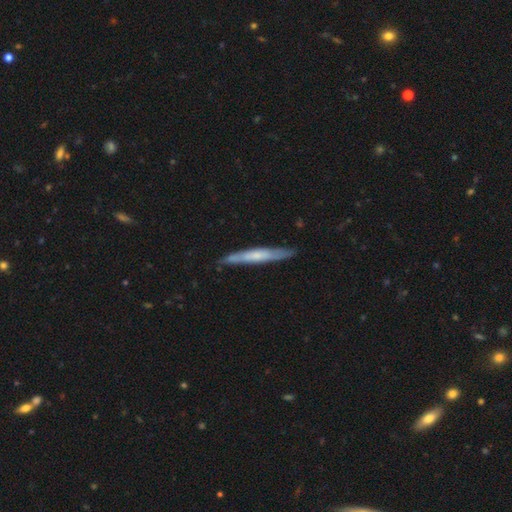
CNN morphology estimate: This appears to be a featured or disk galaxy (52%) viewed edge-on (90%). Merging: none (83%).